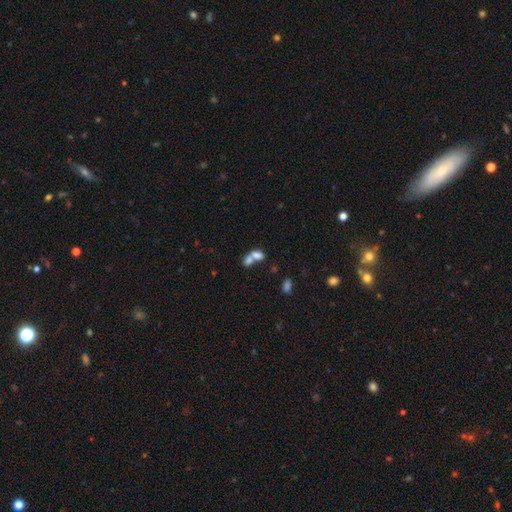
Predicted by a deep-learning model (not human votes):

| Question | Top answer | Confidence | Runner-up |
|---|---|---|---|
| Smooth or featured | smooth | 74% | featured or disk (15%) |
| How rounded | in between | 81% | round (16%) |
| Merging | merger | 69% | none (20%) |